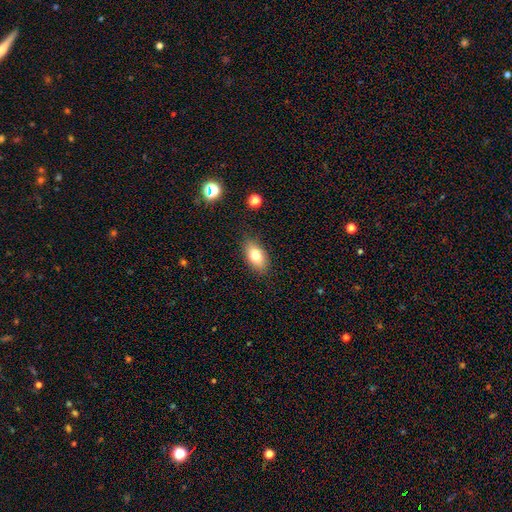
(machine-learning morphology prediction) smooth-or-featured: smooth: 77% | featured or disk: 14% | star or artifact: 9%
  how-rounded: in between: 89% | round: 7% | cigar-shaped: 4%
  merging: none: 84% | minor disturbance: 12% | major disturbance: 3% | merger: 1%